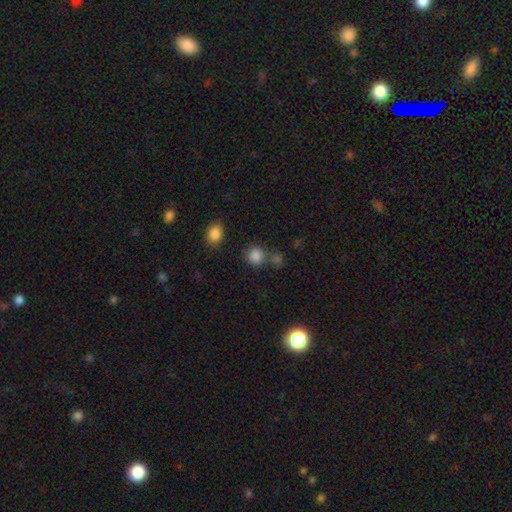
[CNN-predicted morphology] Overall: smooth (84%). How rounded: round (86%). Merging: none (65%).